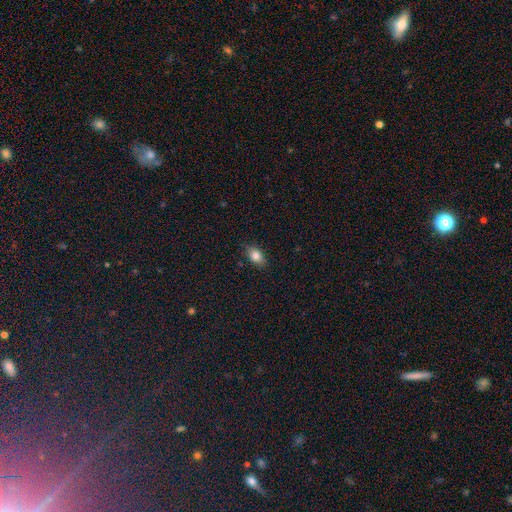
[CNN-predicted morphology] The model was most divided on "merging": none: 83%, minor disturbance: 14%, major disturbance: 2%, merger: 1%. More confident: how rounded — in between (84%); smooth or featured — smooth (80%).